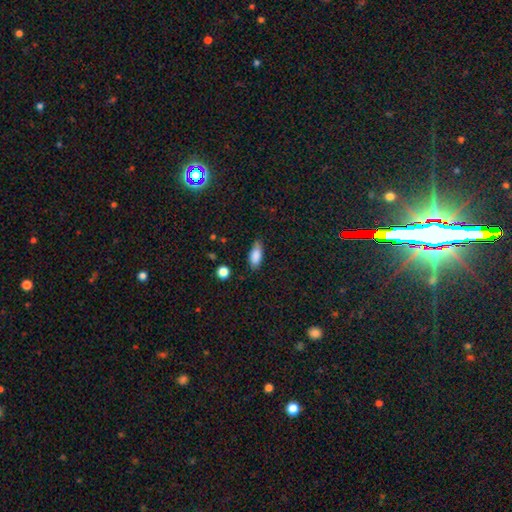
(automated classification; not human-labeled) Q: Smooth or featured?
A: smooth (84%); runner-up: star or artifact (8%)
Q: How rounded?
A: in between (84%); runner-up: cigar-shaped (13%)
Q: Merging?
A: none (71%); runner-up: minor disturbance (22%)